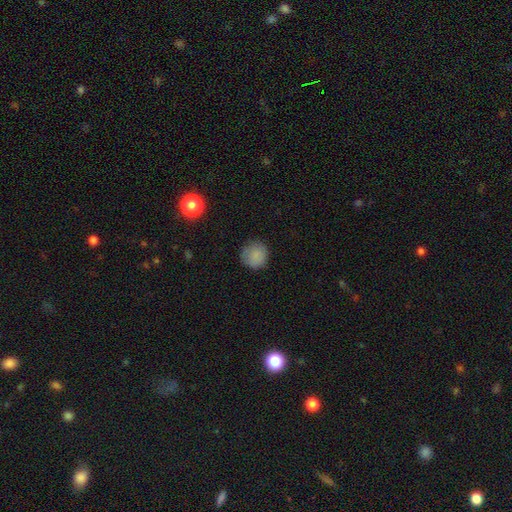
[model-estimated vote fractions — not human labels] Overall: smooth (86%). How rounded: round (92%). Merging: none (84%).